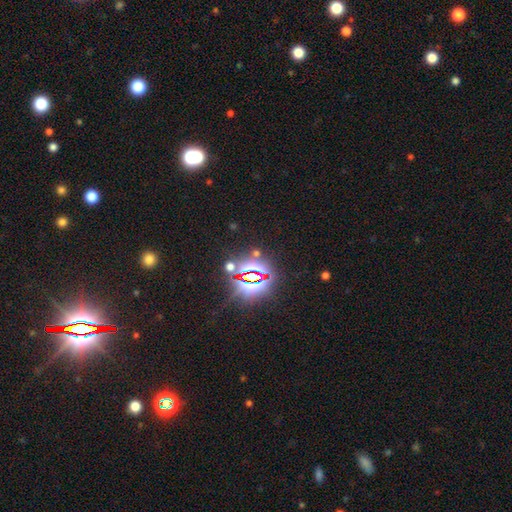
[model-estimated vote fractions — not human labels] Smooth or featured? Predicted: star or artifact (p=0.81).